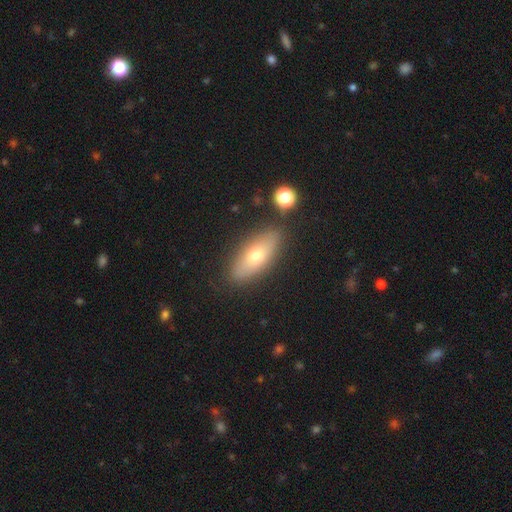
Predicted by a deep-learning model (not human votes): Q: Smooth or featured?
A: smooth (64%); runner-up: featured or disk (29%)
Q: How rounded?
A: in between (73%); runner-up: cigar-shaped (23%)
Q: Merging?
A: none (83%); runner-up: minor disturbance (11%)